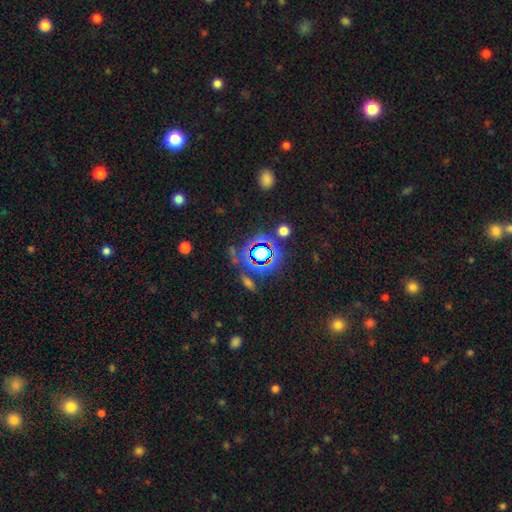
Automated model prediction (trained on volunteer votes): Overall: star or artifact (74%).